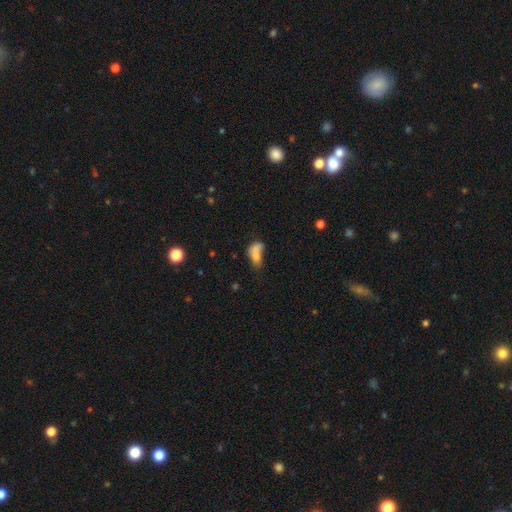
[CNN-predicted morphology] The model was most divided on "merging": merger: 59%, none: 20%, minor disturbance: 11%, major disturbance: 10%. More confident: how rounded — in between (78%); smooth or featured — smooth (71%).